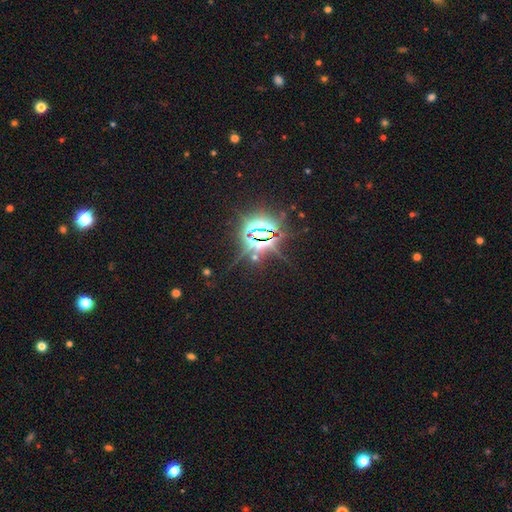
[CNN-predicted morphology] smooth_or_featured: star or artifact (p=0.85) [alt: featured or disk p=0.09]